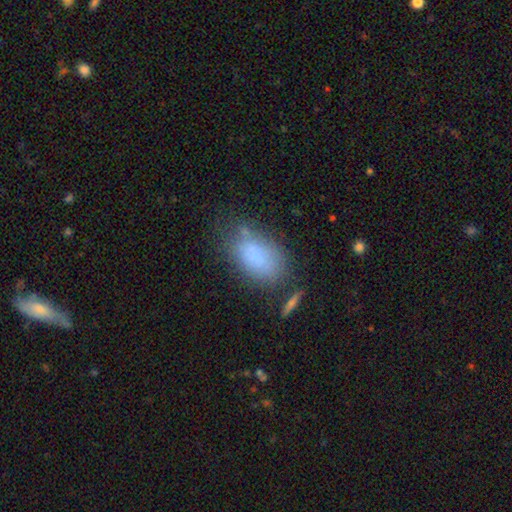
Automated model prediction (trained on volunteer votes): A smooth galaxy with no disk features (78%) that is in between round and cigar-shaped (89%). Merging: none (53%).